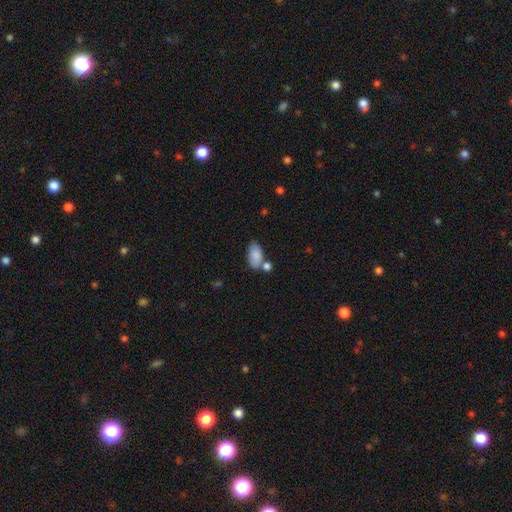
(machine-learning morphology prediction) Smooth or featured?
  - smooth: 86% *
  - featured or disk: 7%
  - star or artifact: 7%
How rounded?
  - in between: 93% *
  - round: 4%
  - cigar-shaped: 2%
Merging?
  - none: 54% *
  - merger: 24%
  - minor disturbance: 17%
  - major disturbance: 5%